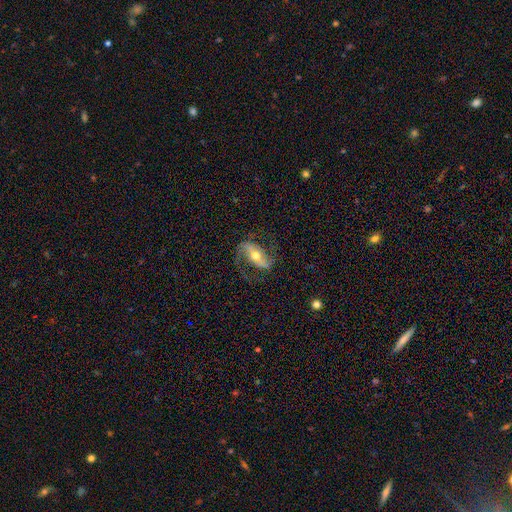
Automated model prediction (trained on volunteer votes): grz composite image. It shows a featured or disk galaxy (83%) with a strong bar (50%), 2 (89%) loose (45%) spiral arms (93%) and a moderate central bulge (68%). Merging: none (71%).